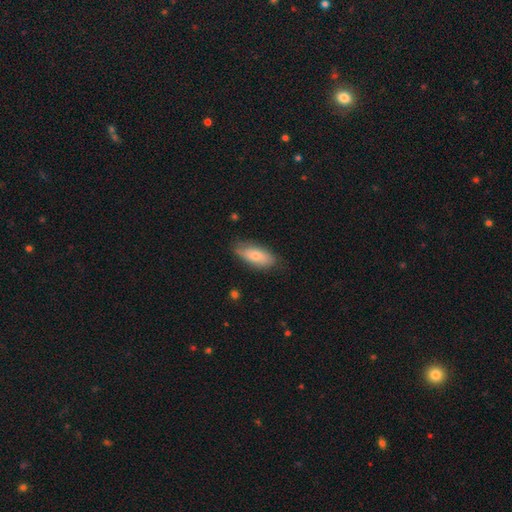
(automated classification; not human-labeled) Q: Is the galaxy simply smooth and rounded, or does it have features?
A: smooth — 72%.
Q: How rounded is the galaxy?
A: in between — 86%.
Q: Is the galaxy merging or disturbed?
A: none — 74%.